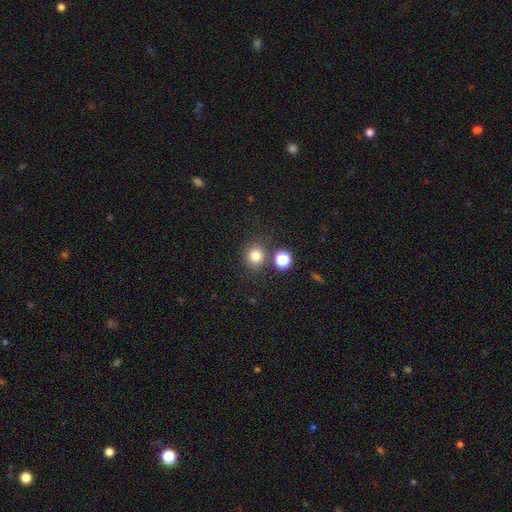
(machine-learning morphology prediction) Smooth or featured? Predicted: smooth (p=0.80). How rounded? Predicted: round (p=0.88). Merging? Predicted: none (p=0.77).